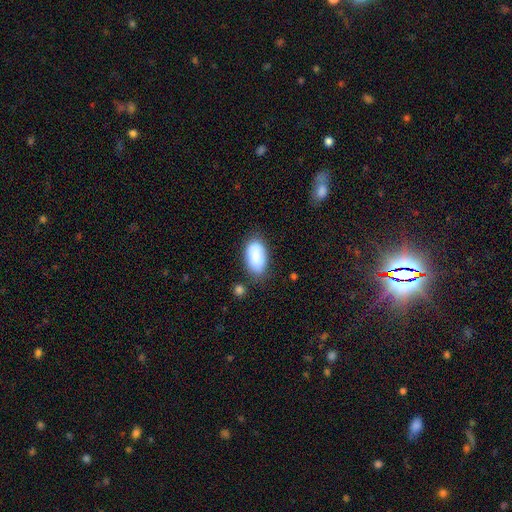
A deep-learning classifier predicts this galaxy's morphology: A smooth galaxy with no disk features (87%) that is in between round and cigar-shaped (94%). Merging: none (73%).